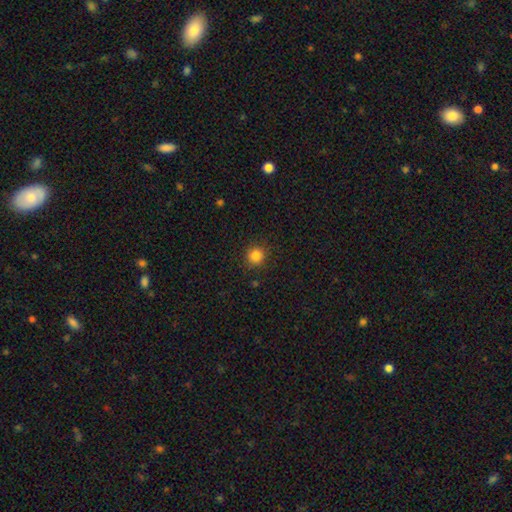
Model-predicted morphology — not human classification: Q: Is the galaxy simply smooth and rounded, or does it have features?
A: smooth — 84%.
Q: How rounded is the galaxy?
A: round — 93%.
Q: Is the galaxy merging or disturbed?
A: none — 90%.